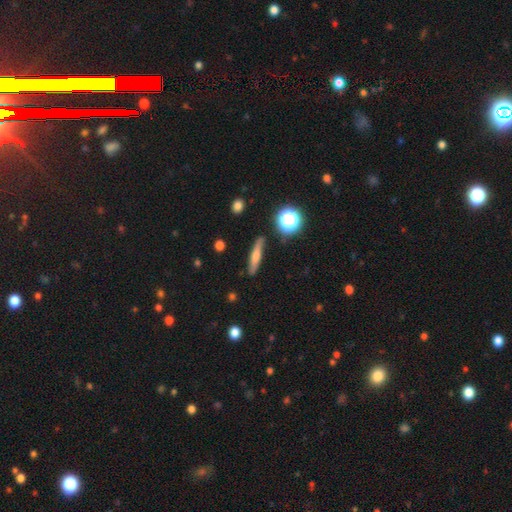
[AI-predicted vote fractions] This appears to be a smooth galaxy with no disk features (52%) that is cigar-shaped (82%). Merging: none (86%).